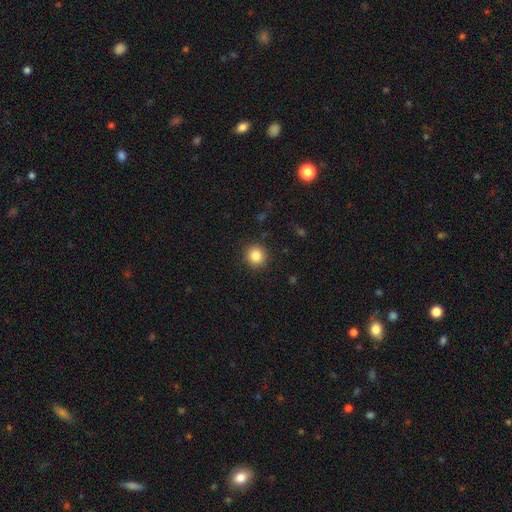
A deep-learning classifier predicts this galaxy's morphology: This is clearly a smooth galaxy (85%). How rounded: clearly round (93%). Merging: clearly none (91%).